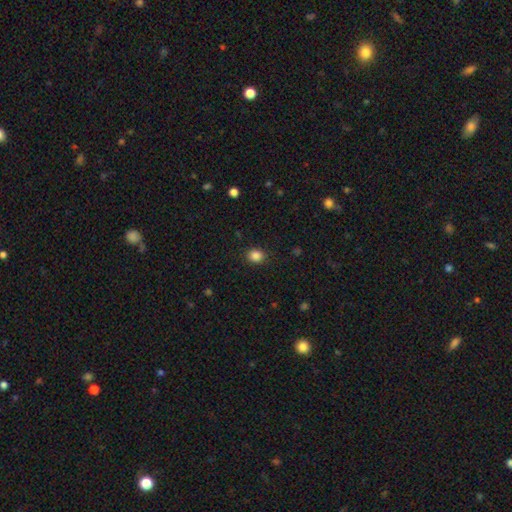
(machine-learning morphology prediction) Smooth or featured: smooth — 86% (star or artifact — 11%)
How rounded: round — 65% (in between — 34%)
Merging: none — 88% (minor disturbance — 8%)